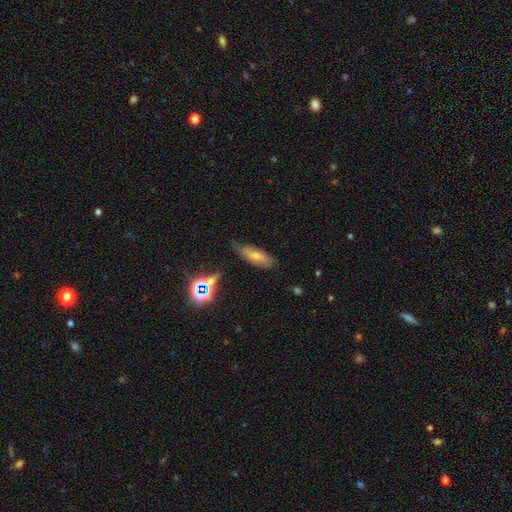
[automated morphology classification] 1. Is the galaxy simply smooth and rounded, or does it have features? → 63% smooth, 26% featured or disk, 12% star or artifact.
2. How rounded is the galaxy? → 64% in between, 33% cigar-shaped, 3% round.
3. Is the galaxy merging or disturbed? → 64% none, 27% minor disturbance, 7% major disturbance, 2% merger.